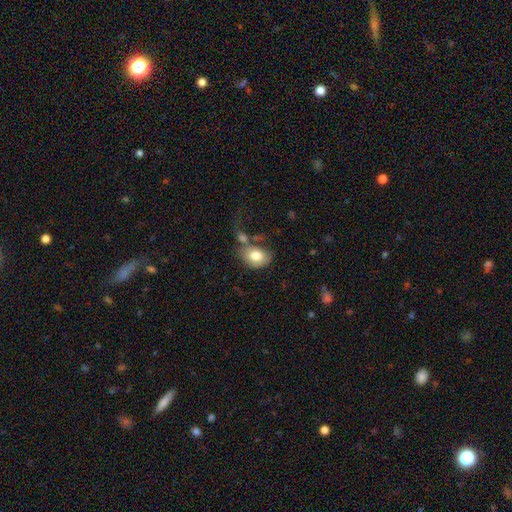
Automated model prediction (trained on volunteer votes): Morphology: type=smooth (76%); roundness=in between (72%); merging=none (42%).